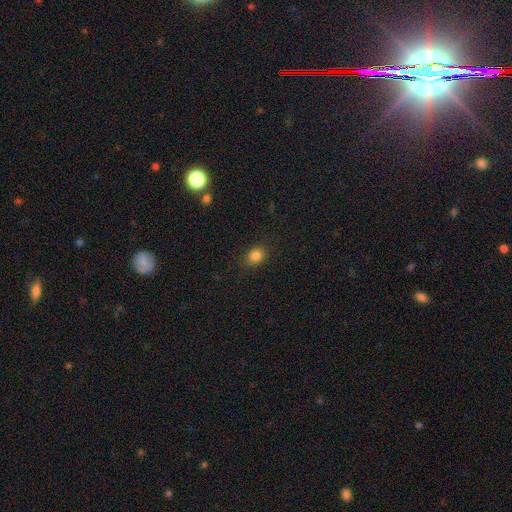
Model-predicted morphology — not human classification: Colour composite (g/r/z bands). It shows a smooth galaxy with no disk features (84%) that is round (64%). Merging: none (87%).